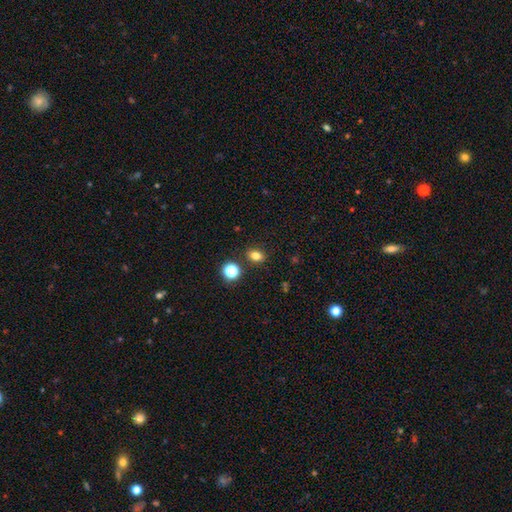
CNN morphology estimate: Overall: smooth (79%). How rounded: in between (59%; round 40%). Merging: none (85%).